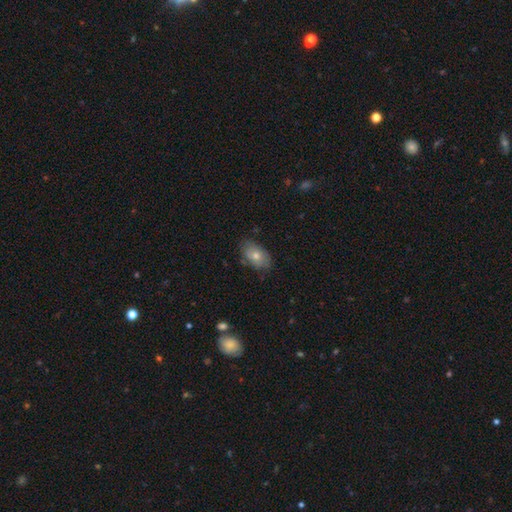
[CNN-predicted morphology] Smooth or featured: smooth — 63% (featured or disk — 27%)
How rounded: in between — 87% (round — 11%)
Merging: none — 77% (minor disturbance — 18%)